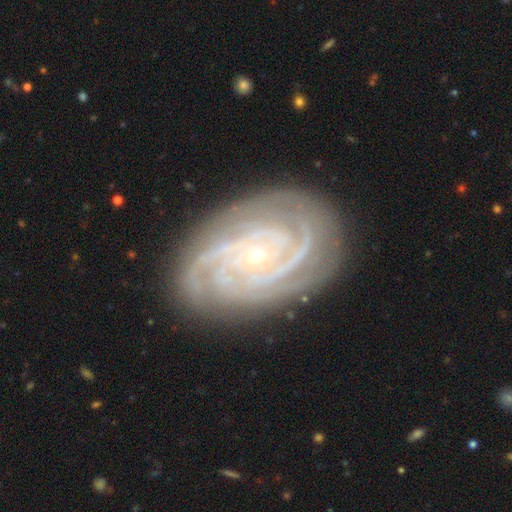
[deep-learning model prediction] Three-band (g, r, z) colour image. It shows a featured or disk galaxy (91%) with no bar (71%), 3 (30%) tight (79%) spiral arms (99%) and a small central bulge (83%). Merging: none (82%).